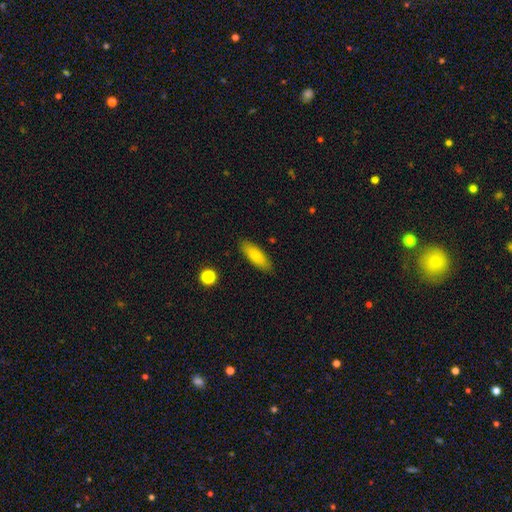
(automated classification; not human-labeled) Smooth or featured?
  - smooth: 79% *
  - featured or disk: 14%
  - star or artifact: 7%
How rounded?
  - in between: 63% *
  - cigar-shaped: 35%
  - round: 2%
Merging?
  - none: 86% *
  - minor disturbance: 11%
  - major disturbance: 2%
  - merger: 1%